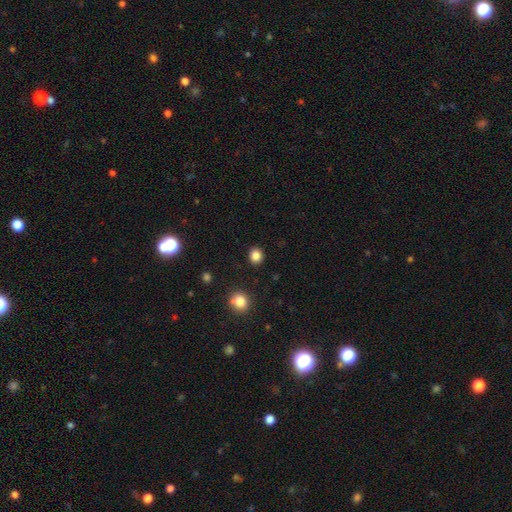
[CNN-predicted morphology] Smooth or featured? Predicted: smooth (p=0.84). How rounded? Predicted: round (p=0.83). Merging? Predicted: none (p=0.91).